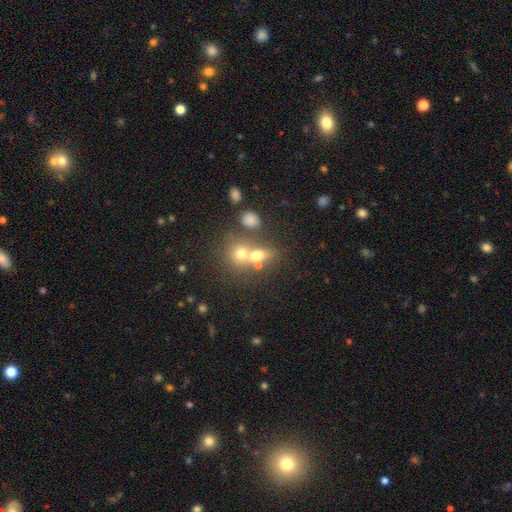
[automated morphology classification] Smooth or featured: smooth — 57% (featured or disk — 22%)
How rounded: round — 63% (in between — 34%)
Merging: merger — 49% (none — 38%)